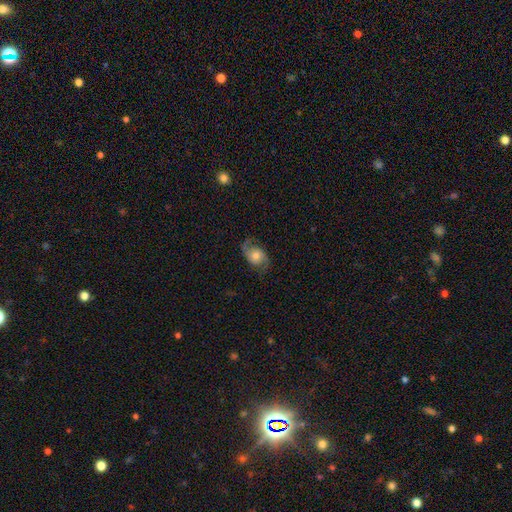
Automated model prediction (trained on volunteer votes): Overall: featured or disk (74%). Edge-on disk: no (97%). Bar: no (73%). Spiral arms: yes (94%). Spiral arm count: 2 (91%). Spiral winding: loose (46%; medium 41%). Bulge size: moderate (59%; small 26%). Merging: none (74%).